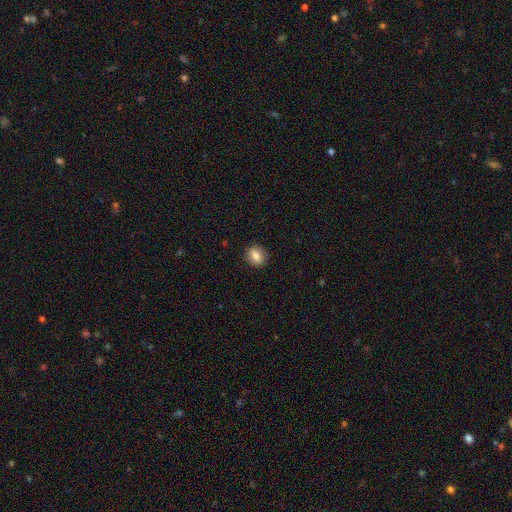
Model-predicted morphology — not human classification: A smooth galaxy with no disk features (79%) that is round (51%).

Vote fractions:
- Smooth or featured? smooth: 79% / featured or disk: 12% / star or artifact: 9%
- How rounded? round: 51% / in between: 47% / cigar-shaped: 2%
- Merging? none: 87% / minor disturbance: 9% / major disturbance: 2% / merger: 1%